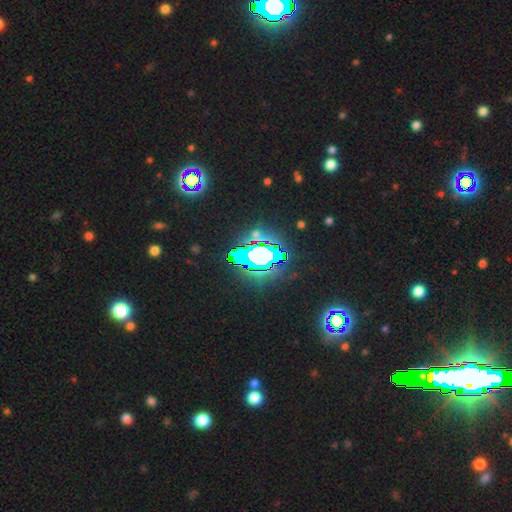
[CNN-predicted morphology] A star or artifact, not a galaxy (64%).

Vote fractions:
- Smooth or featured? star or artifact: 64% / smooth: 19% / featured or disk: 17%